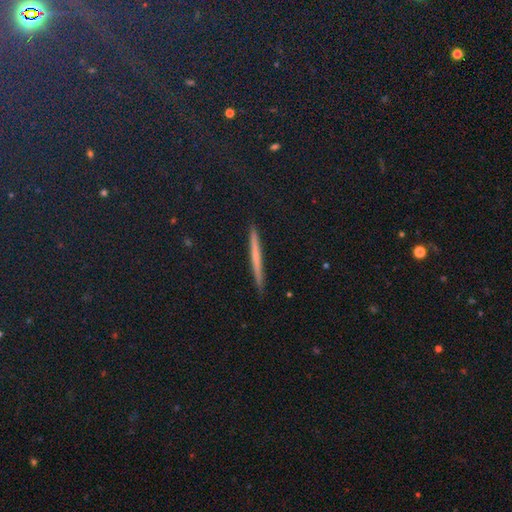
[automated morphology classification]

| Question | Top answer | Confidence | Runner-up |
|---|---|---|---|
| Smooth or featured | smooth | 49% | featured or disk (36%) |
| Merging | none | 91% | minor disturbance (6%) |